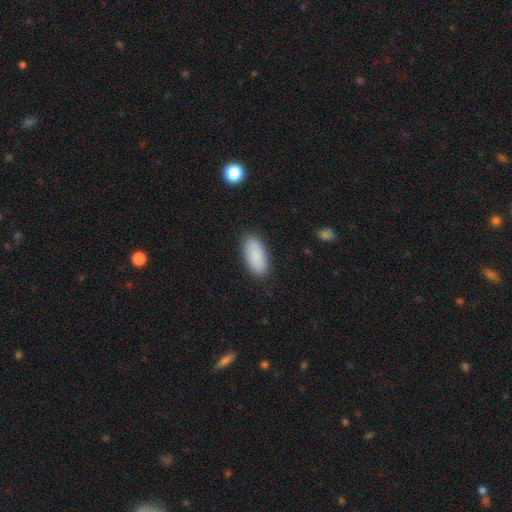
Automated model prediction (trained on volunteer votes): This appears to be a smooth galaxy with no disk features (88%) that is in between round and cigar-shaped (88%). Merging: none (87%).